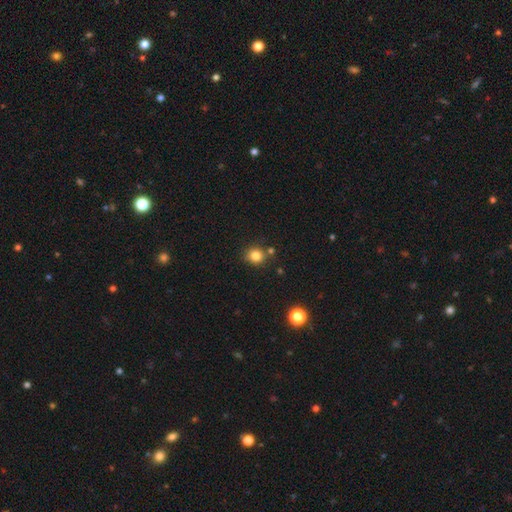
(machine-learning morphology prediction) smooth_or_featured: smooth (p=0.82) [alt: star or artifact p=0.13]
how_rounded: round (p=0.85) [alt: in between p=0.14]
merging: none (p=0.80) [alt: minor disturbance p=0.10]